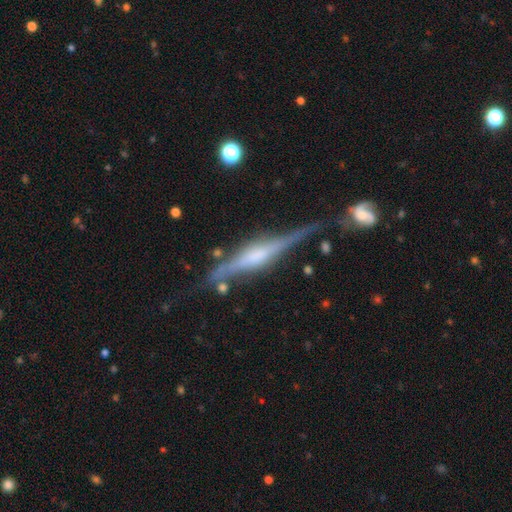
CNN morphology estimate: type=featured or disk (81%); edge-on=yes (96%); edge-on bulge=rounded (56%); merging=none (73%).